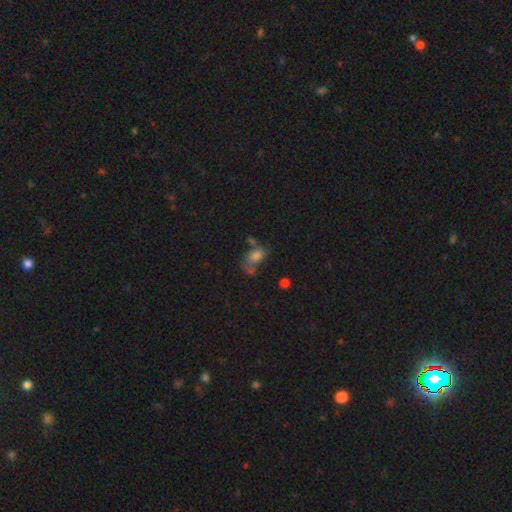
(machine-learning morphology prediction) The model was most divided on "merging": none: 33%, merger: 29%, minor disturbance: 20%, major disturbance: 18%. More confident: how rounded — in between (83%); smooth or featured — smooth (72%).